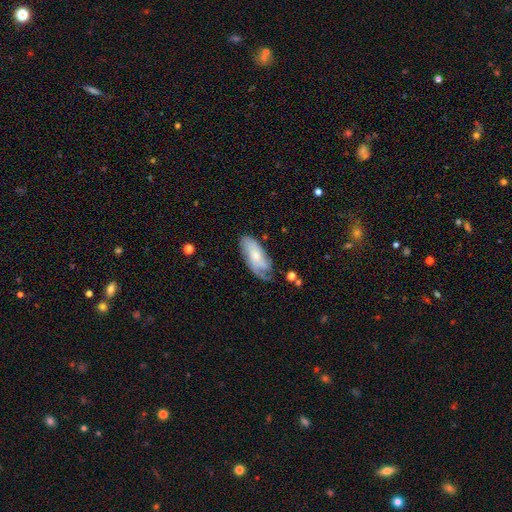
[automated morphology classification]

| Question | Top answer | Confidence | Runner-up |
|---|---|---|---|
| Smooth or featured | featured or disk | 52% | smooth (41%) |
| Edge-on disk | no | 89% | yes (11%) |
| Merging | none | 53% | minor disturbance (30%) |